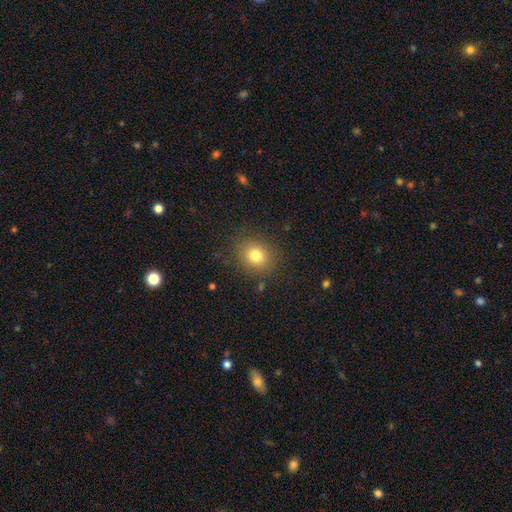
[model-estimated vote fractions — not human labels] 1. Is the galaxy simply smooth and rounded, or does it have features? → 79% smooth, 13% star or artifact, 9% featured or disk.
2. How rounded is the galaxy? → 73% round, 27% in between, 1% cigar-shaped.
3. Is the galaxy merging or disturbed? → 85% none, 10% minor disturbance, 4% major disturbance, 1% merger.